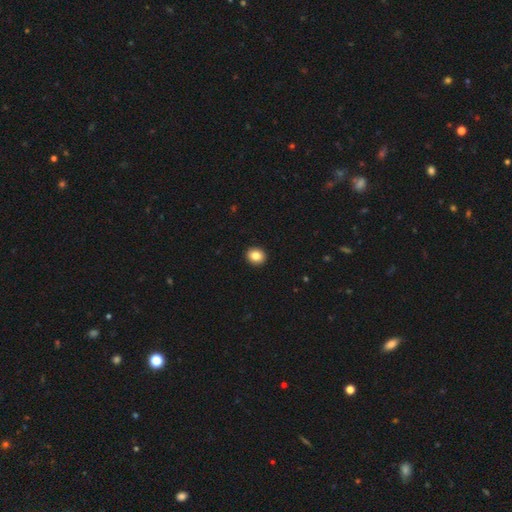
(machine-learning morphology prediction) smooth-or-featured: smooth: 85% | star or artifact: 9% | featured or disk: 6%
  how-rounded: round: 73% | in between: 26% | cigar-shaped: 1%
  merging: none: 93% | minor disturbance: 4% | major disturbance: 1% | merger: 1%